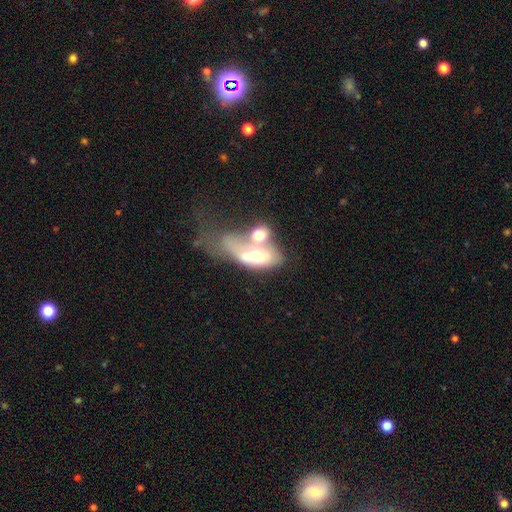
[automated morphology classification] smooth_or_featured: smooth (p=0.48) [alt: featured or disk p=0.42]
merging: merger (p=0.59) [alt: major disturbance p=0.23]